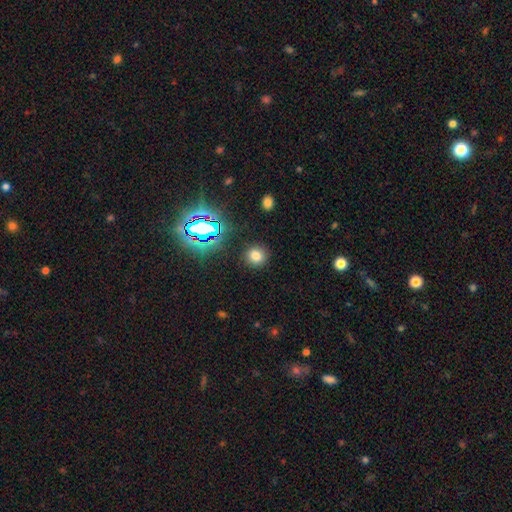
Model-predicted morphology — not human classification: A smooth galaxy with no disk features (73%) that is round (90%).

Vote fractions:
- Smooth or featured? smooth: 73% / star or artifact: 20% / featured or disk: 7%
- How rounded? round: 90% / in between: 9% / cigar-shaped: 1%
- Merging? none: 90% / minor disturbance: 6% / major disturbance: 3% / merger: 2%